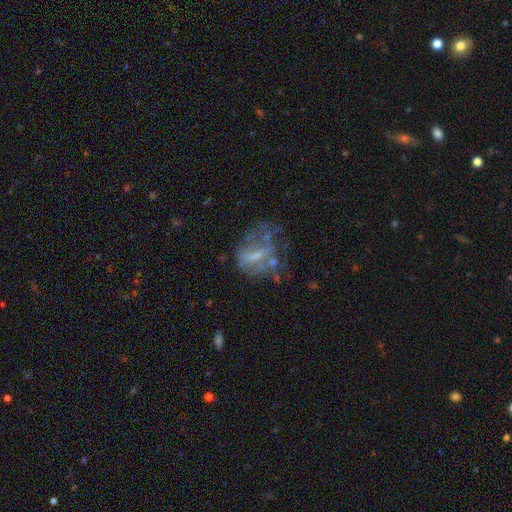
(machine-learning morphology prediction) Q: Smooth or featured?
A: featured or disk (60%); runner-up: smooth (27%)
Q: Edge-on disk?
A: no (96%); runner-up: yes (4%)
Q: Bar?
A: no (44%); runner-up: weak (41%)
Q: Spiral arms?
A: no (69%); runner-up: yes (31%)
Q: Bulge size?
A: small (47%); runner-up: moderate (27%)
Q: Merging?
A: major disturbance (39%); runner-up: none (32%)